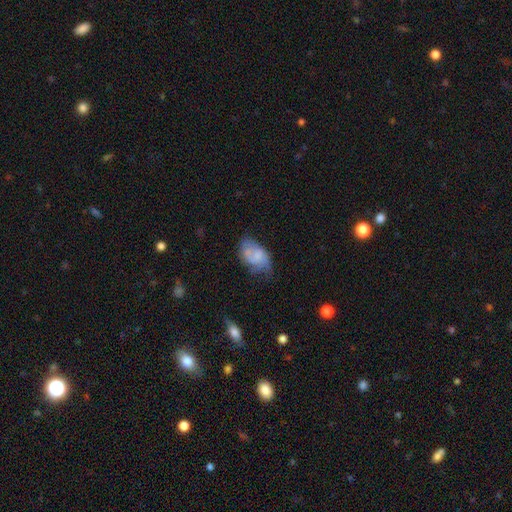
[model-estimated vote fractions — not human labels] Q: Smooth or featured?
A: smooth (58%); runner-up: featured or disk (33%)
Q: How rounded?
A: in between (89%); runner-up: round (10%)
Q: Merging?
A: none (42%); runner-up: minor disturbance (35%)